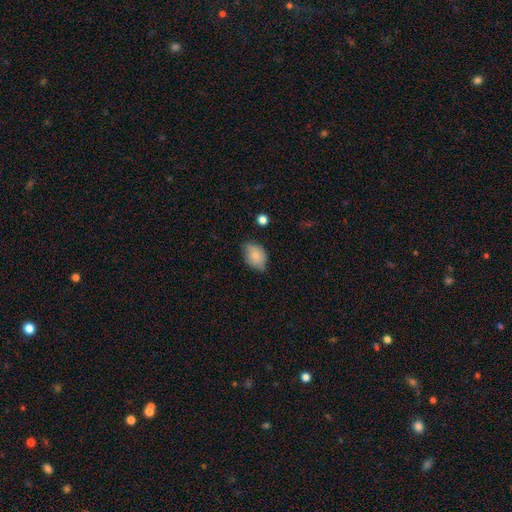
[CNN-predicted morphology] Smooth or featured: smooth — 80% (featured or disk — 12%)
How rounded: in between — 77% (round — 22%)
Merging: none — 65% (minor disturbance — 29%)